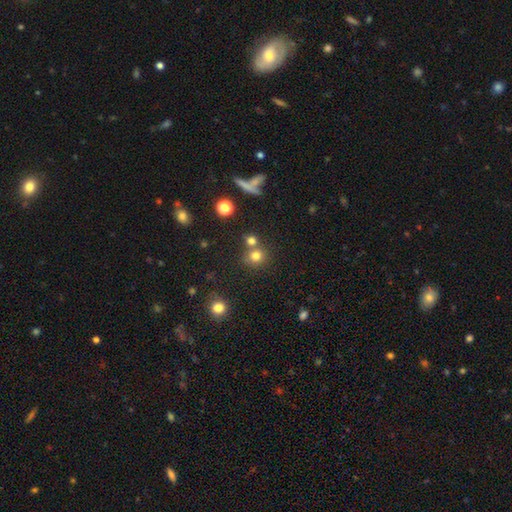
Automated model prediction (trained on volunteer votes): Smooth or featured?
  - smooth: 76% *
  - star or artifact: 16%
  - featured or disk: 8%
How rounded?
  - round: 86% *
  - in between: 13%
  - cigar-shaped: 1%
Merging?
  - none: 62% *
  - merger: 25%
  - minor disturbance: 9%
  - major disturbance: 4%